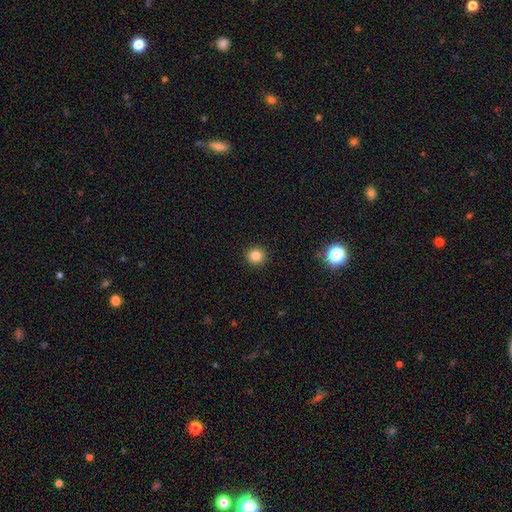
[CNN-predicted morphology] Q: Smooth or featured?
A: smooth (84%); runner-up: star or artifact (12%)
Q: How rounded?
A: round (94%); runner-up: in between (5%)
Q: Merging?
A: none (93%); runner-up: minor disturbance (4%)